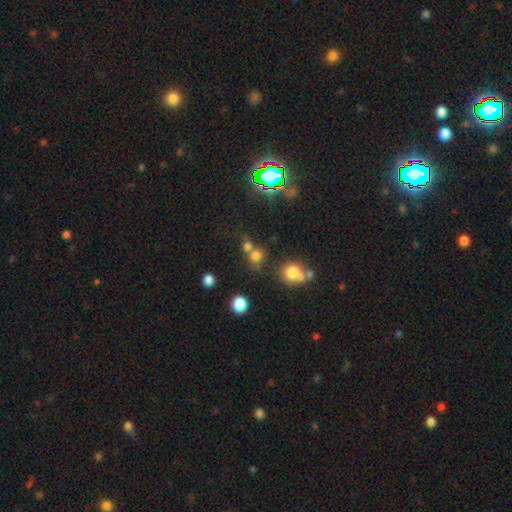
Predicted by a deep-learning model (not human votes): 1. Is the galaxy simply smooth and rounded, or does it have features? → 68% smooth, 23% star or artifact, 9% featured or disk.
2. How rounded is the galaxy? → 79% round, 20% in between, 1% cigar-shaped.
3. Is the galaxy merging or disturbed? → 47% none, 40% merger, 9% minor disturbance, 5% major disturbance.